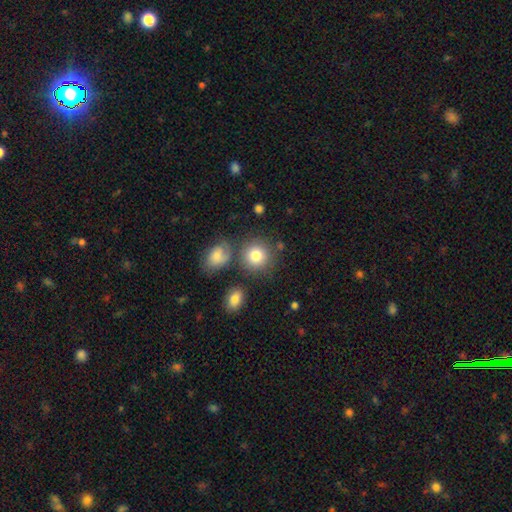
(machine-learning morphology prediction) This is likely a smooth galaxy (79%). How rounded: clearly round (87%). Merging: likely none (73%).